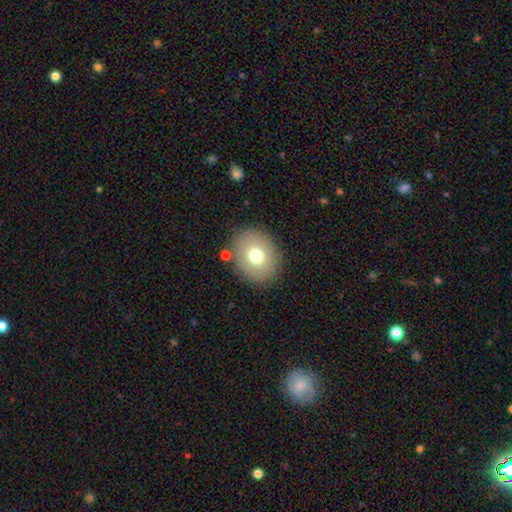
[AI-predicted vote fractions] Smooth or featured: smooth — 73% (featured or disk — 17%)
How rounded: round — 56% (in between — 43%)
Merging: none — 85% (minor disturbance — 9%)